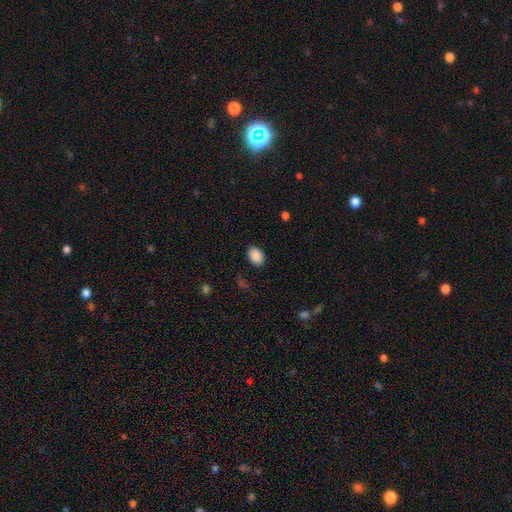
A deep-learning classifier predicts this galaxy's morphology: smooth 90%, star or artifact 8%, featured or disk 3%. Down the decision tree: how rounded — in between (77%); merging — none (87%).